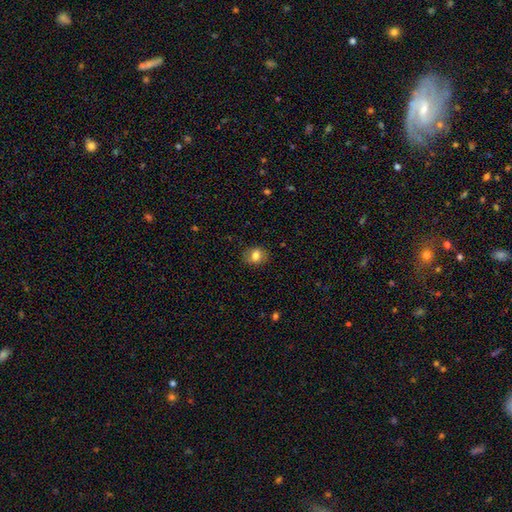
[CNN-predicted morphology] Overall: smooth (78%). How rounded: round (53%; in between 46%). Merging: none (84%).